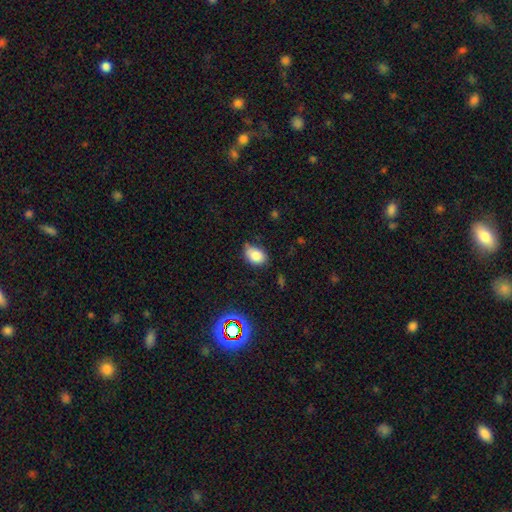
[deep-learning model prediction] The model was most divided on "merging": none: 65%, minor disturbance: 27%, major disturbance: 5%, merger: 3%. More confident: smooth or featured — smooth (82%); how rounded — in between (77%).